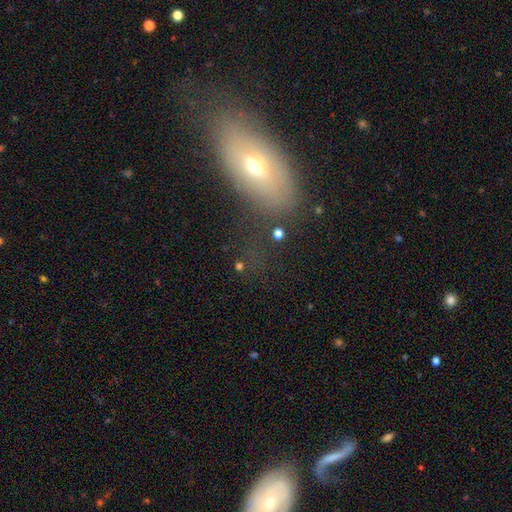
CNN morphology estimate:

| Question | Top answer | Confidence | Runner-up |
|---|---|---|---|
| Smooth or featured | smooth | 52% | featured or disk (28%) |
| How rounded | in between | 72% | round (15%) |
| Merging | none | 57% | minor disturbance (20%) |